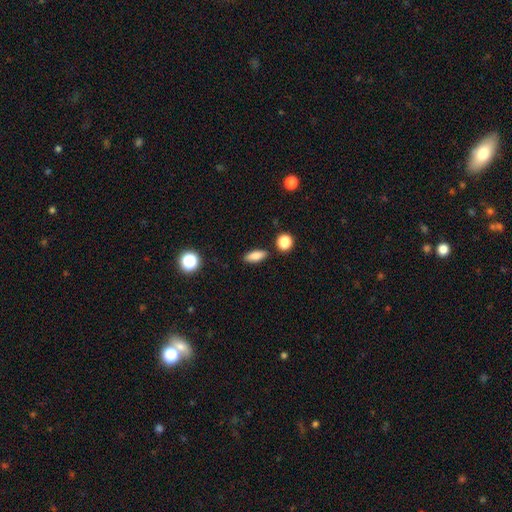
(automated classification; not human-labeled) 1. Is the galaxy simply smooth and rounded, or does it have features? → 83% smooth, 9% star or artifact, 8% featured or disk.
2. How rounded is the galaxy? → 74% in between, 20% cigar-shaped, 6% round.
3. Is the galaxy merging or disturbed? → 87% none, 8% minor disturbance, 3% merger, 2% major disturbance.